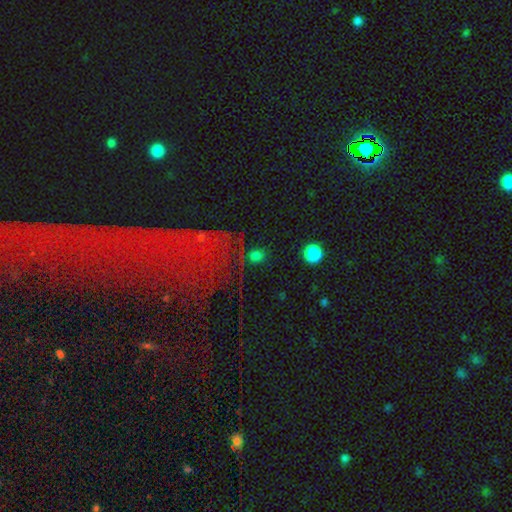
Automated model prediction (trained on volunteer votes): This appears to be a smooth galaxy with no disk features (70%) that is round (85%). Merging: none (81%).